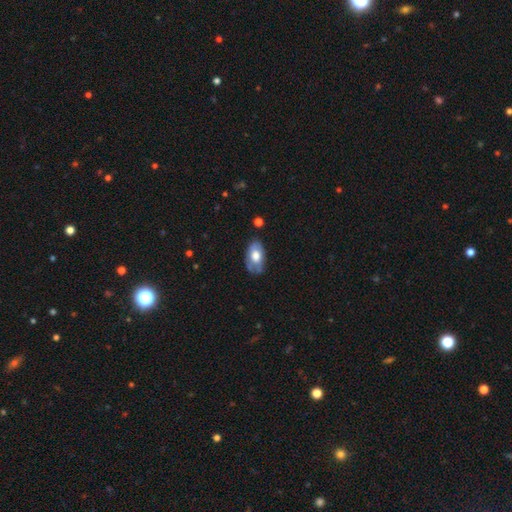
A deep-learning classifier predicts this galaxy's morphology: This is possibly a smooth galaxy (60%). How rounded: clearly in between (93%). Merging: likely none (67%).